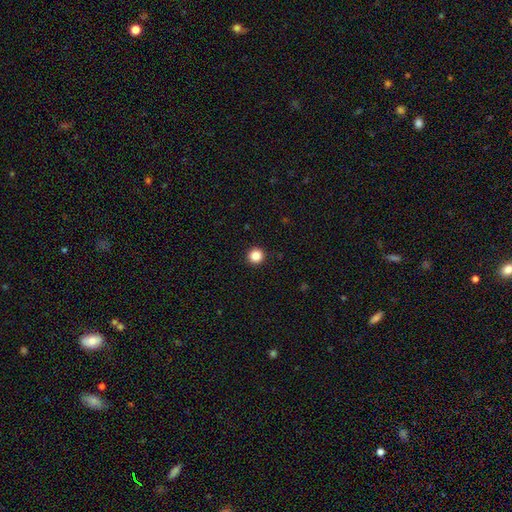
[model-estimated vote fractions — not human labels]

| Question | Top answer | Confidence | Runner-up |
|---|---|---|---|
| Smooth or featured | smooth | 86% | star or artifact (11%) |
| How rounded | round | 96% | in between (3%) |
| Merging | none | 94% | minor disturbance (4%) |